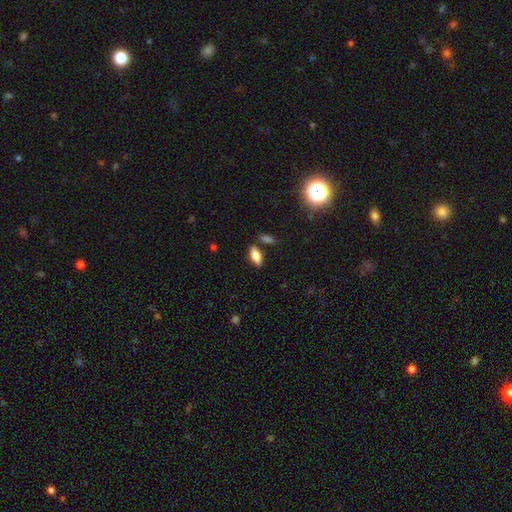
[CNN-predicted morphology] This is likely a smooth galaxy (79%). How rounded: clearly in between (85%). Merging: clearly none (80%).